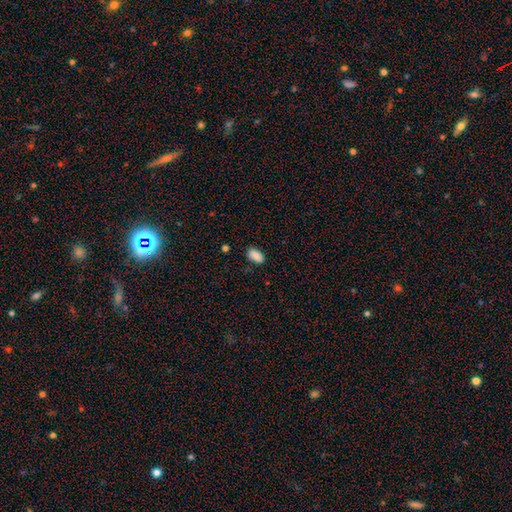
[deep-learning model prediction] Smooth or featured? smooth (89%)
How rounded? in between (93%)
Merging? none (83%)